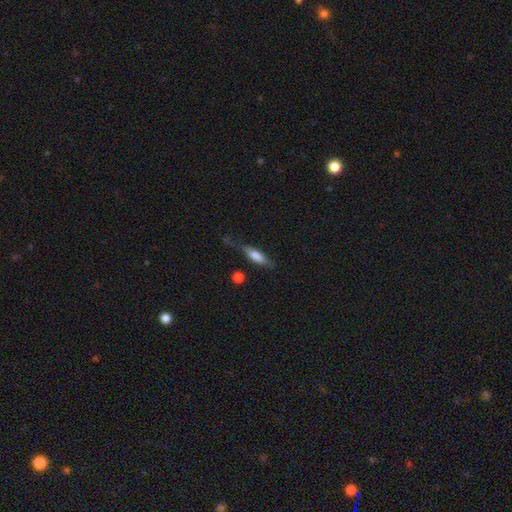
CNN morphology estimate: The model was most divided on "how rounded": cigar-shaped: 59%, in between: 39%, round: 3%. More confident: smooth or featured — smooth (65%); merging — none (57%).